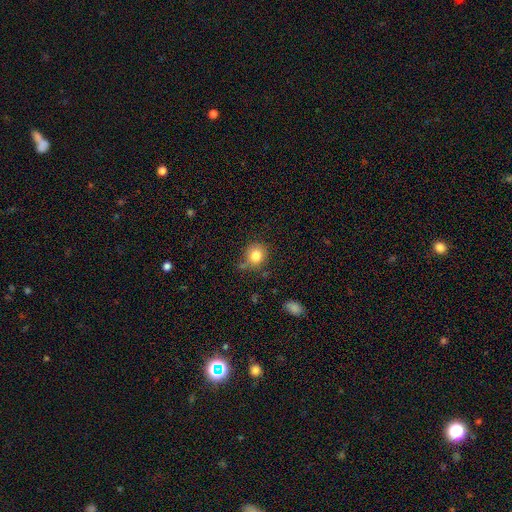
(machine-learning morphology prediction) This is clearly a smooth galaxy (81%). How rounded: likely round (78%). Merging: likely none (70%).